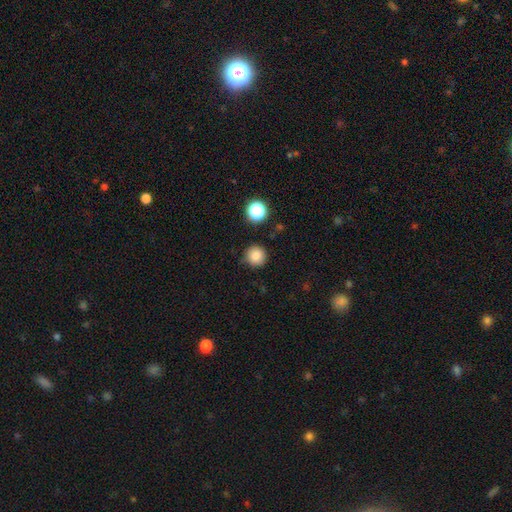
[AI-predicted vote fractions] smooth 82%, star or artifact 12%, featured or disk 6%. Down the decision tree: how rounded — round (95%); merging — none (87%).